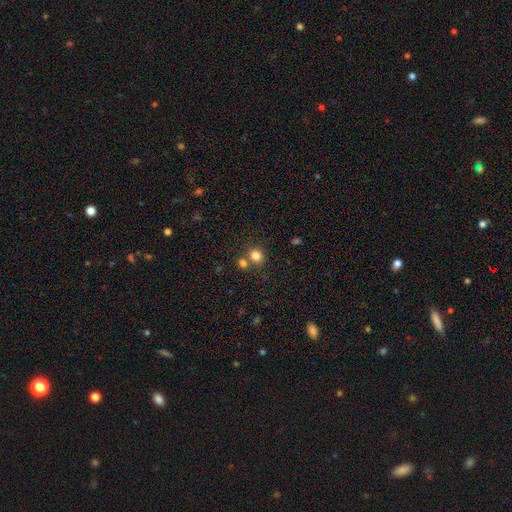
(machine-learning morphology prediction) A smooth galaxy with no disk features (82%) that is round (82%).

Vote fractions:
- Smooth or featured? smooth: 82% / star or artifact: 12% / featured or disk: 6%
- How rounded? round: 82% / in between: 17% / cigar-shaped: 1%
- Merging? none: 62% / merger: 27% / minor disturbance: 8% / major disturbance: 3%